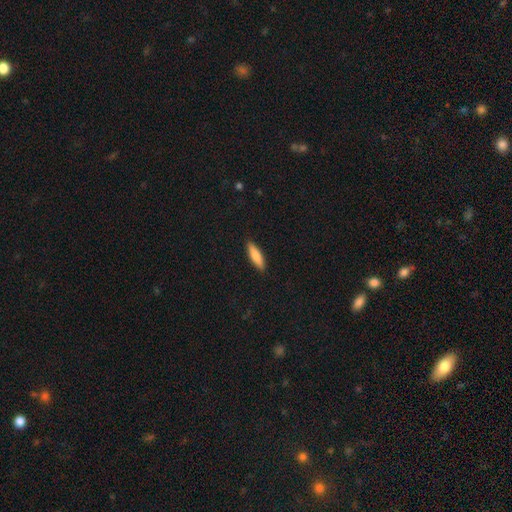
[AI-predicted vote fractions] Overall: smooth (80%). How rounded: cigar-shaped (64%; in between 35%). Merging: none (90%).